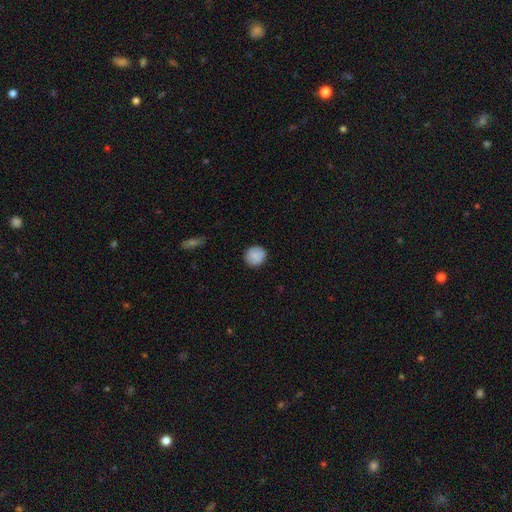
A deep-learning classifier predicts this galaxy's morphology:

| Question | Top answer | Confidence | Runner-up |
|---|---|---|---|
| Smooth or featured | smooth | 87% | star or artifact (7%) |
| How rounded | round | 89% | in between (10%) |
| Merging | none | 87% | minor disturbance (9%) |